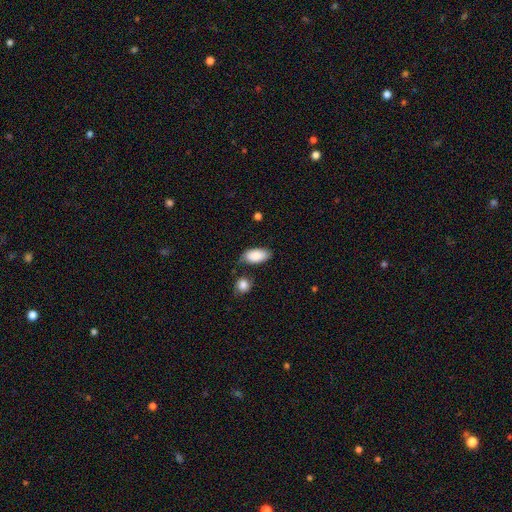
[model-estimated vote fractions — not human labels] The model was most divided on "merging": none: 67%, minor disturbance: 21%, merger: 7%, major disturbance: 5%. More confident: how rounded — in between (94%); smooth or featured — smooth (87%).